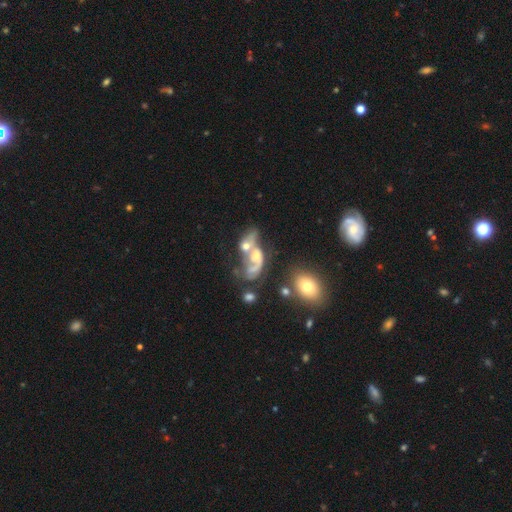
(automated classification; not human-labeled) Smooth or featured? featured or disk (66%)
Edge-on disk? no (95%)
Bar? no (71%)
Spiral arms? yes (69%)
Bulge size? moderate (52%)
Merging? merger (67%)